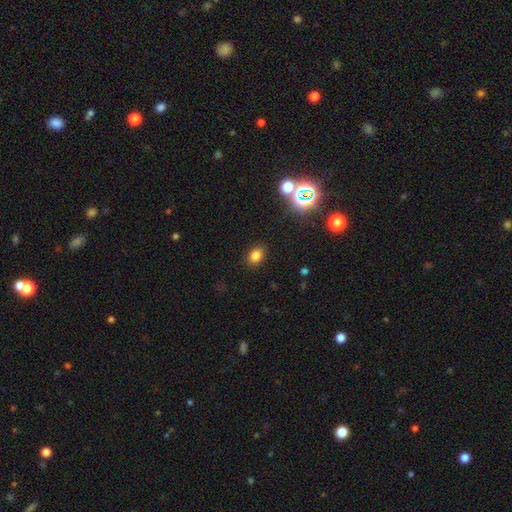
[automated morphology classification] smooth 79%, star or artifact 15%, featured or disk 6%. Down the decision tree: how rounded — in between (66%); merging — none (88%).